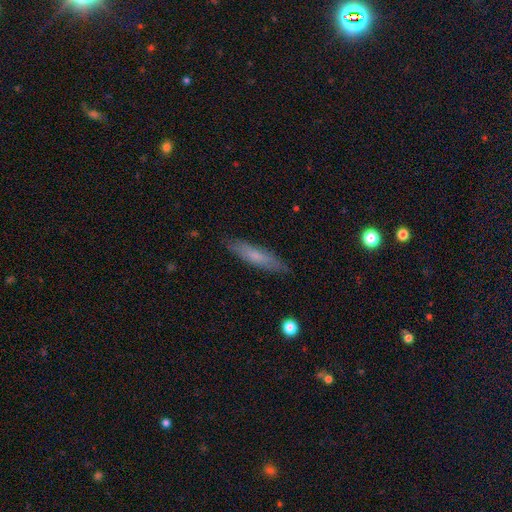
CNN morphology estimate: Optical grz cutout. It shows a smooth galaxy with no disk features (66%) that is cigar-shaped (81%). Merging: none (86%).